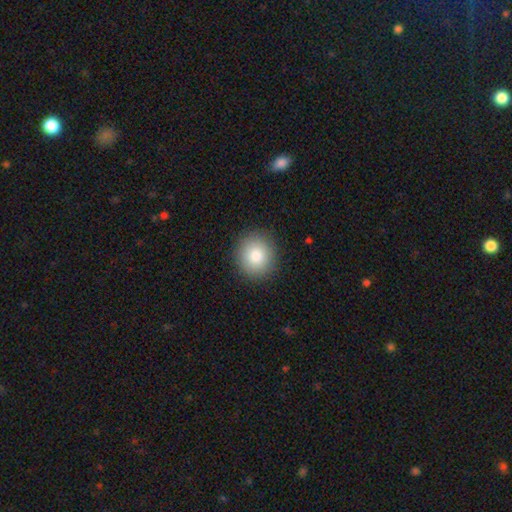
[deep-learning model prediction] The model was most divided on "how rounded": round: 84%, in between: 15%, cigar-shaped: 1%. More confident: merging — none (90%); smooth or featured — smooth (83%).